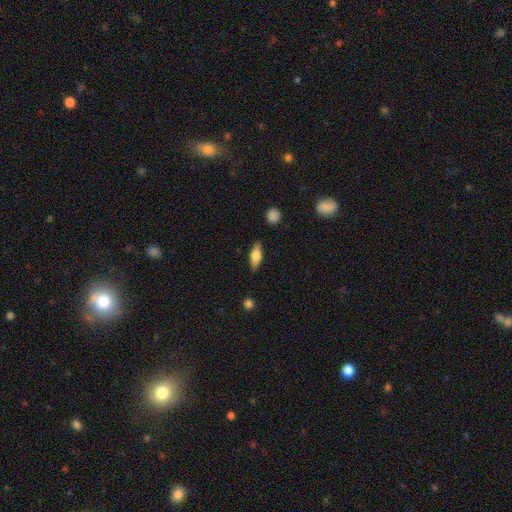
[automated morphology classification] A smooth galaxy with no disk features (63%) that is in between round and cigar-shaped (68%).

Vote fractions:
- Smooth or featured? smooth: 63% / featured or disk: 30% / star or artifact: 7%
- How rounded? in between: 68% / cigar-shaped: 28% / round: 4%
- Merging? none: 85% / minor disturbance: 11% / major disturbance: 2% / merger: 2%